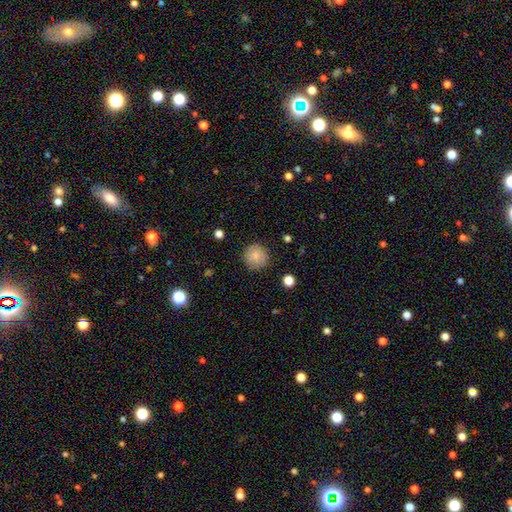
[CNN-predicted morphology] type=smooth (84%); roundness=round (95%); merging=none (88%).